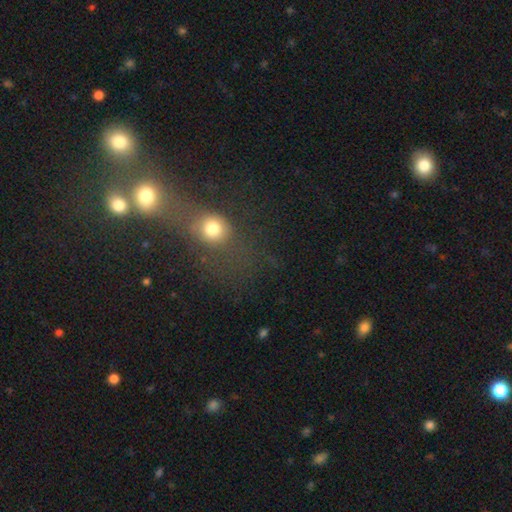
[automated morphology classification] Smooth or featured? smooth (46%)
Merging? merger (47%)